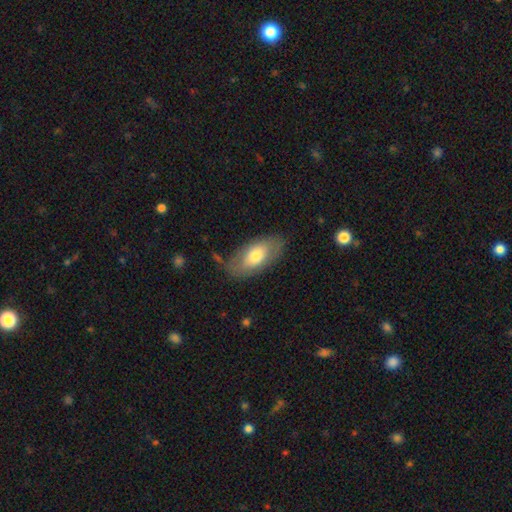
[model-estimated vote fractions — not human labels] A smooth galaxy with no disk features (68%) that is in between round and cigar-shaped (92%).

Vote fractions:
- Smooth or featured? smooth: 68% / featured or disk: 26% / star or artifact: 6%
- How rounded? in between: 92% / cigar-shaped: 5% / round: 3%
- Merging? none: 74% / minor disturbance: 18% / major disturbance: 6% / merger: 2%